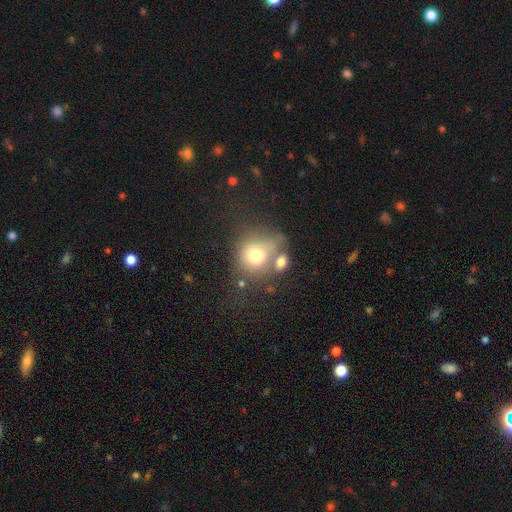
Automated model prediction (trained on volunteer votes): A smooth galaxy with no disk features (72%) that is round (74%).

Vote fractions:
- Smooth or featured? smooth: 72% / featured or disk: 16% / star or artifact: 12%
- How rounded? round: 74% / in between: 25% / cigar-shaped: 1%
- Merging? none: 39% / merger: 31% / minor disturbance: 16% / major disturbance: 13%